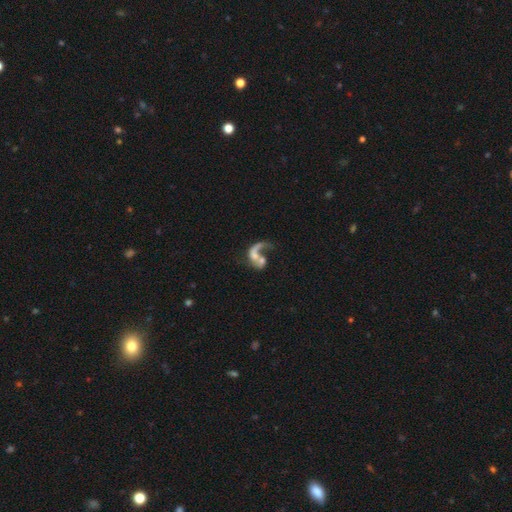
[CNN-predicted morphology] smooth_or_featured: featured or disk (p=0.63) [alt: smooth p=0.28]
disk_edge_on: no (p=0.96) [alt: yes p=0.04]
bar: no (p=0.73) [alt: weak p=0.20]
has_spiral_arms: yes (p=0.64) [alt: no p=0.36]
bulge_size: none (p=0.30) [tied with: moderate p=0.30]
merging: merger (p=0.45) [alt: major disturbance p=0.30]